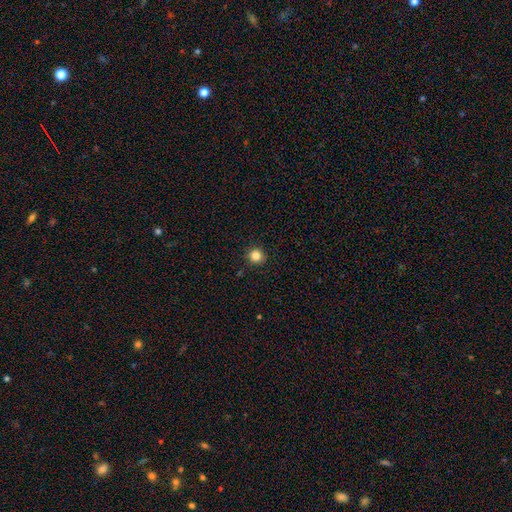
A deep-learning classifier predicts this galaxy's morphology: The model was most divided on "smooth or featured": smooth: 84%, star or artifact: 12%, featured or disk: 4%. More confident: how rounded — round (93%); merging — none (92%).